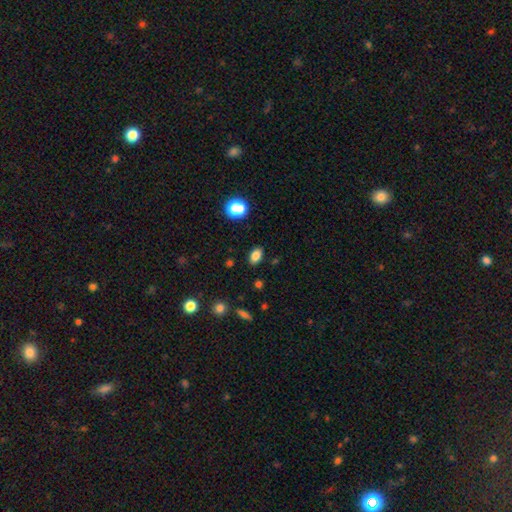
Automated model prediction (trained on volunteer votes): The model was most divided on "smooth or featured": smooth: 82%, star or artifact: 12%, featured or disk: 6%. More confident: merging — none (87%); how rounded — in between (85%).